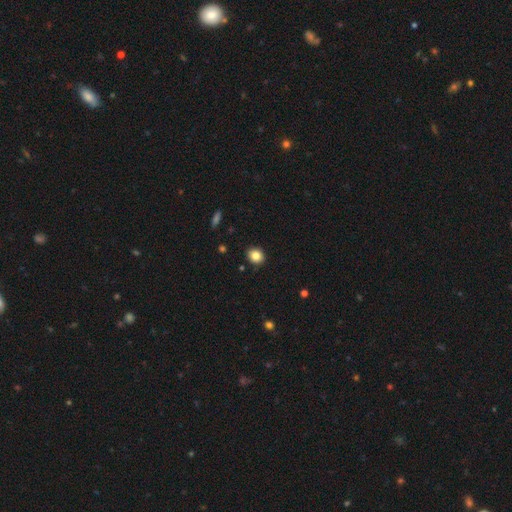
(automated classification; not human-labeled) Overall: smooth (84%). How rounded: round (74%). Merging: none (90%).